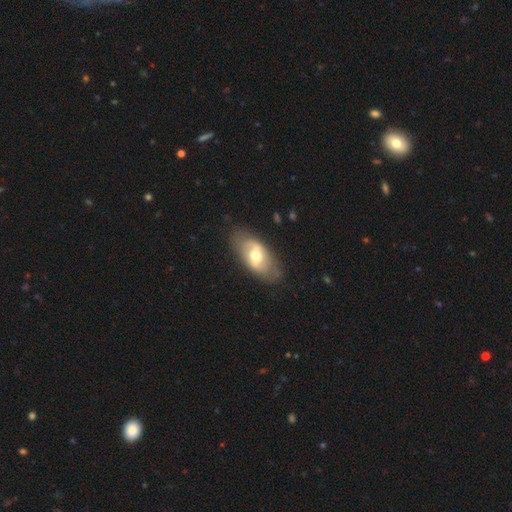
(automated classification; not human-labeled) A featured or disk galaxy (51%).

Vote fractions:
- Smooth or featured? featured or disk: 51% / smooth: 43% / star or artifact: 6%
- Edge-on disk? no: 88% / yes: 12%
- Merging? none: 79% / minor disturbance: 15% / major disturbance: 5% / merger: 1%